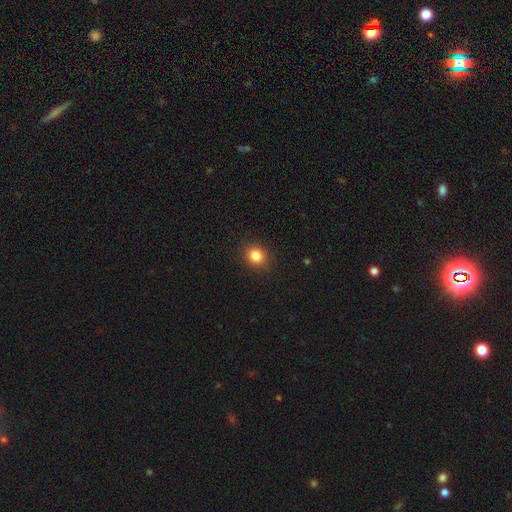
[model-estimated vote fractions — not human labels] Overall: smooth (85%). How rounded: round (77%). Merging: none (89%).